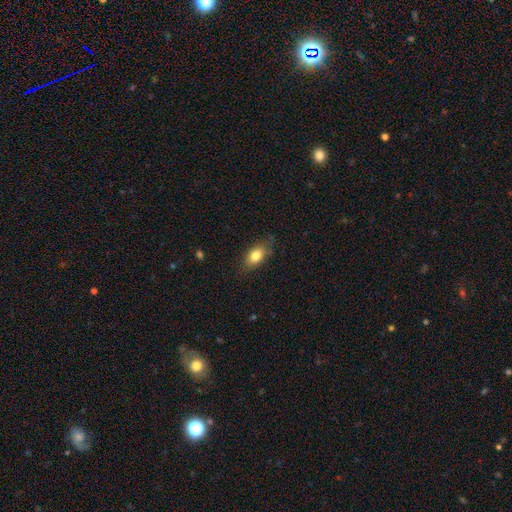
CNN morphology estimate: Q: Smooth or featured?
A: smooth (79%); runner-up: featured or disk (12%)
Q: How rounded?
A: in between (84%); runner-up: round (10%)
Q: Merging?
A: none (75%); runner-up: minor disturbance (19%)